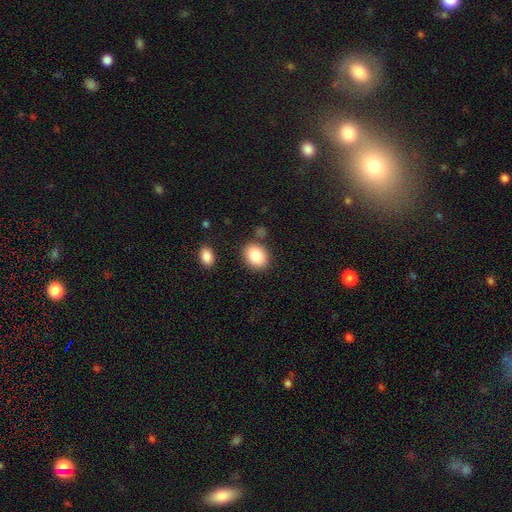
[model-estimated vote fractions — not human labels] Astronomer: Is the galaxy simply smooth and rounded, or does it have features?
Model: smooth — 86%.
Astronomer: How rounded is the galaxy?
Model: in between — 69%.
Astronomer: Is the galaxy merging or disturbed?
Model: none — 79%.